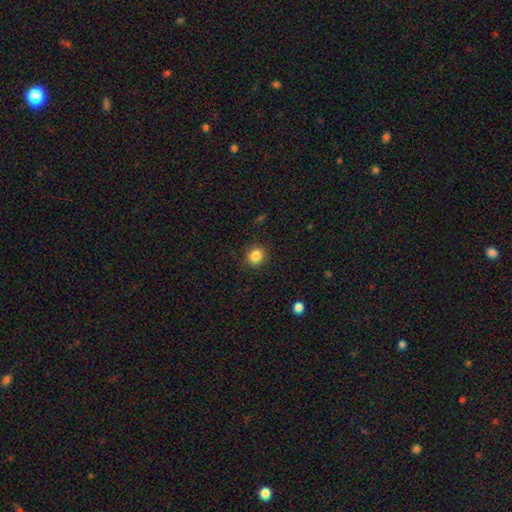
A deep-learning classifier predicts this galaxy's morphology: Smooth or featured? Predicted: smooth (p=0.85). How rounded? Predicted: round (p=0.87). Merging? Predicted: none (p=0.89).